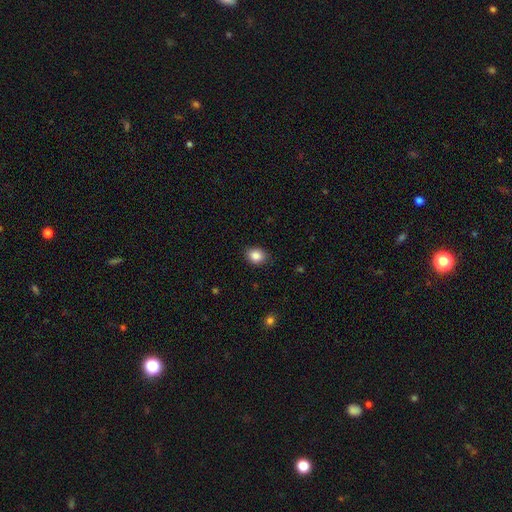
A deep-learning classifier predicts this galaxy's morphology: The model was most divided on "how rounded": round: 52%, in between: 47%, cigar-shaped: 1%. More confident: smooth or featured — smooth (86%); merging — none (86%).